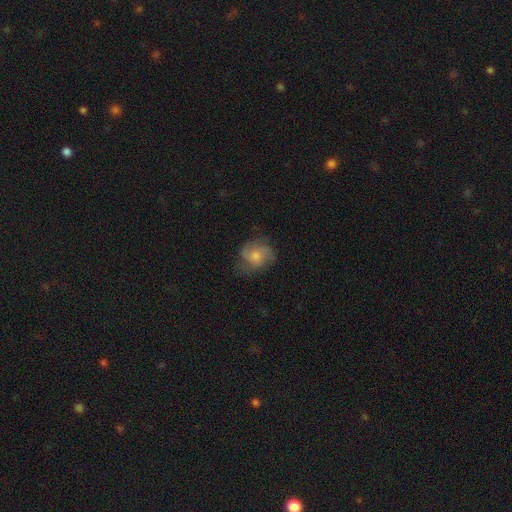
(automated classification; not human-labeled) A smooth galaxy with no disk features (53%) that is round (64%).

Vote fractions:
- Smooth or featured? smooth: 53% / featured or disk: 39% / star or artifact: 8%
- How rounded? round: 64% / in between: 34% / cigar-shaped: 1%
- Merging? none: 59% / minor disturbance: 26% / major disturbance: 14% / merger: 1%